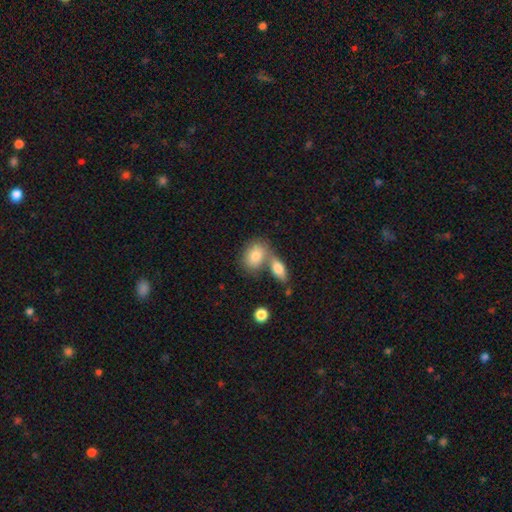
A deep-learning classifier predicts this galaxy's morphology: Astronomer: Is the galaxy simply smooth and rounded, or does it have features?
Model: smooth — 80%.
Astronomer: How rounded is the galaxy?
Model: in between — 76%.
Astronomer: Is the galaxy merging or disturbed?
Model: merger — 49% (runner-up: none, 37%).